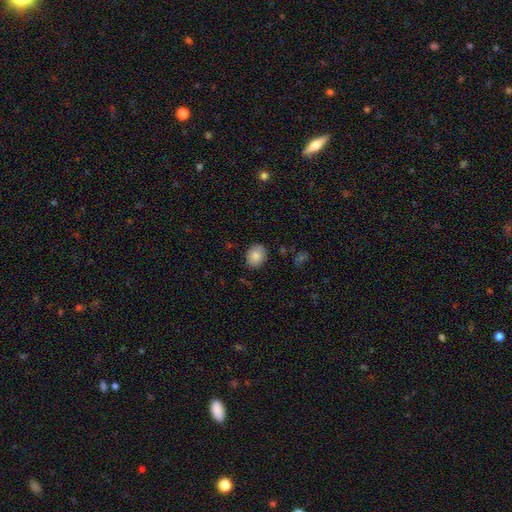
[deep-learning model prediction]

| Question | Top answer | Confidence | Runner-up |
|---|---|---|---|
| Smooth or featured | smooth | 85% | featured or disk (8%) |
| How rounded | in between | 52% | round (47%) |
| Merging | none | 87% | minor disturbance (9%) |